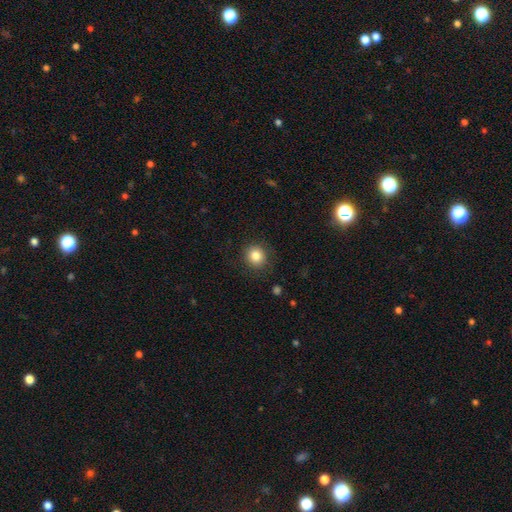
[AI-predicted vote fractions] smooth-or-featured: smooth: 84% | star or artifact: 10% | featured or disk: 6%
  how-rounded: round: 90% | in between: 10% | cigar-shaped: 1%
  merging: none: 88% | minor disturbance: 8% | major disturbance: 3% | merger: 1%